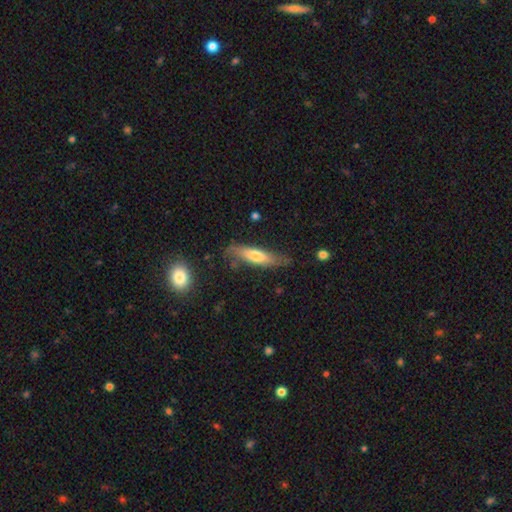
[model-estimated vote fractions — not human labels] A smooth galaxy with no disk features (61%) that is cigar-shaped (70%).

Vote fractions:
- Smooth or featured? smooth: 61% / featured or disk: 33% / star or artifact: 6%
- How rounded? cigar-shaped: 70% / in between: 28% / round: 2%
- Merging? none: 69% / minor disturbance: 22% / major disturbance: 6% / merger: 3%